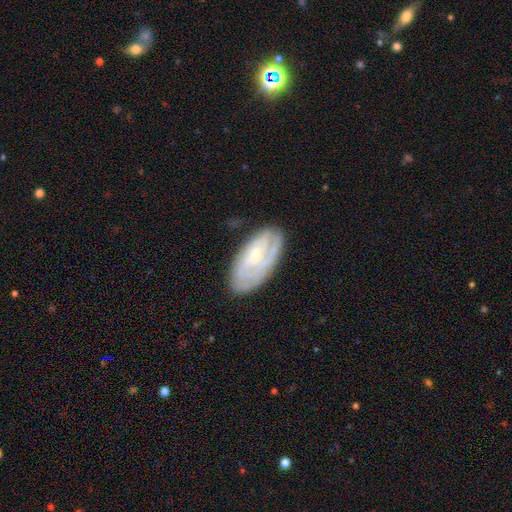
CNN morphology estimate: Smooth or featured? Predicted: featured or disk (p=0.67). Edge-on disk? Predicted: no (p=0.92). Bar? Predicted: no (p=0.58). Spiral arms? Predicted: yes (p=0.79). Bulge size? Predicted: small (p=0.64). Merging? Predicted: none (p=0.74).